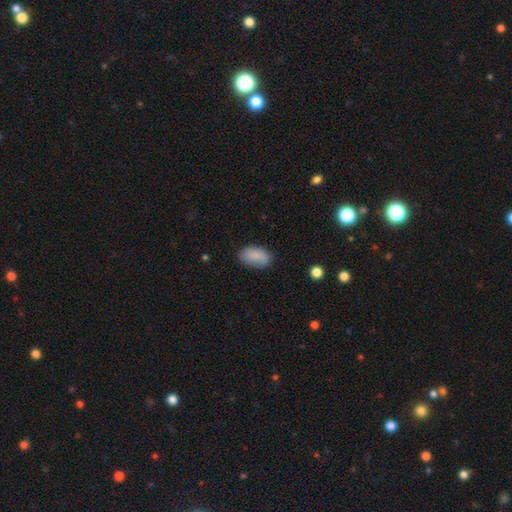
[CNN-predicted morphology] This is clearly a smooth galaxy (87%). How rounded: clearly in between (93%). Merging: likely none (79%).